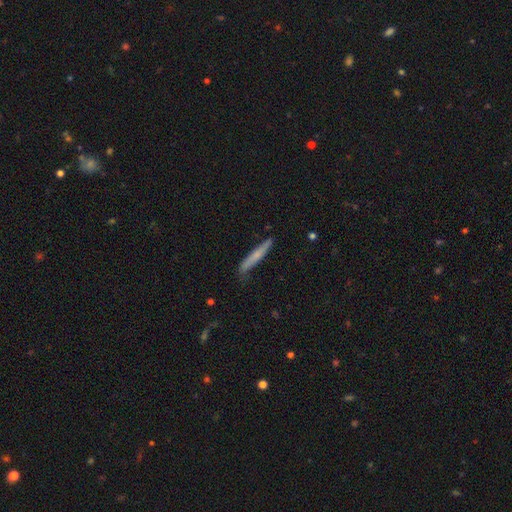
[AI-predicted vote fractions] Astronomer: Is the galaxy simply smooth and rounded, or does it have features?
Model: smooth — 58% (runner-up: featured or disk, 36%).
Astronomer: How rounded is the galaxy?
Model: cigar-shaped — 94%.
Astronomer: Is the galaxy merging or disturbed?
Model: none — 73%.